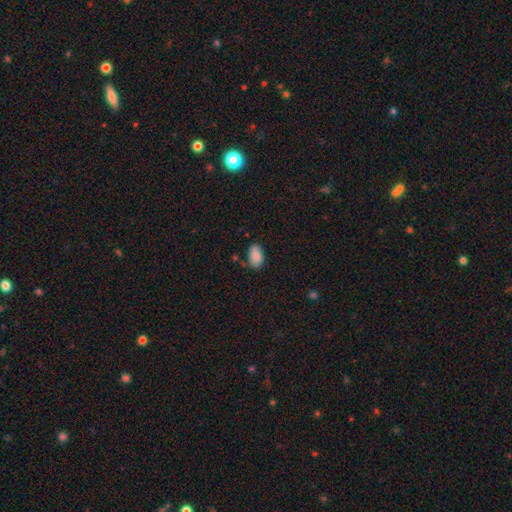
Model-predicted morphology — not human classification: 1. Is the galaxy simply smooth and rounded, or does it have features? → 86% smooth, 7% star or artifact, 7% featured or disk.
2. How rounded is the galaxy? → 92% in between, 6% round, 1% cigar-shaped.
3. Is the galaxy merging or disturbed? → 75% none, 18% minor disturbance, 4% merger, 4% major disturbance.